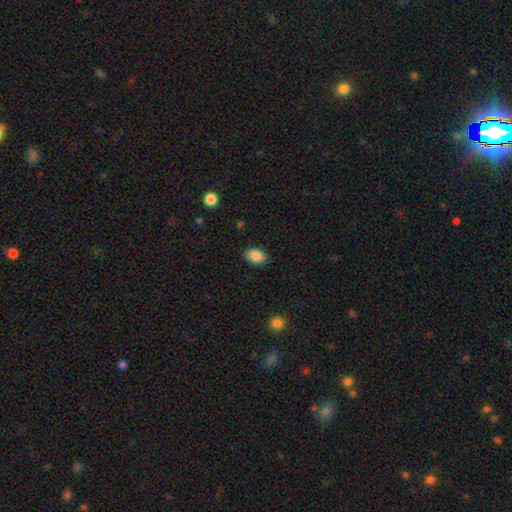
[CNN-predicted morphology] smooth-or-featured: smooth: 88% | star or artifact: 8% | featured or disk: 4%
  how-rounded: in between: 82% | round: 16% | cigar-shaped: 1%
  merging: none: 86% | minor disturbance: 10% | major disturbance: 3% | merger: 1%